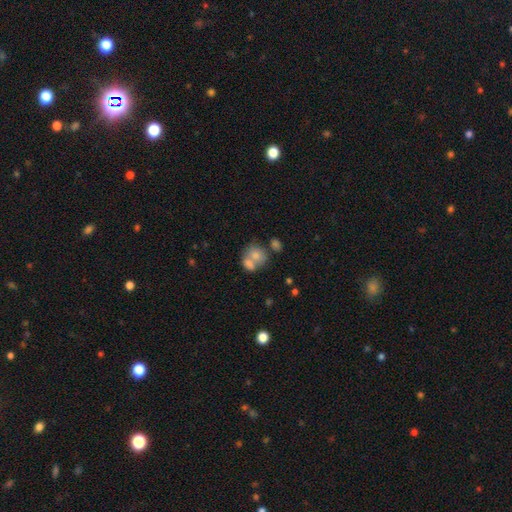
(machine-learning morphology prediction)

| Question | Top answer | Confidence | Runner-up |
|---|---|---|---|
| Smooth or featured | smooth | 72% | featured or disk (19%) |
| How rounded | round | 60% | in between (38%) |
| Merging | merger | 57% | none (27%) |